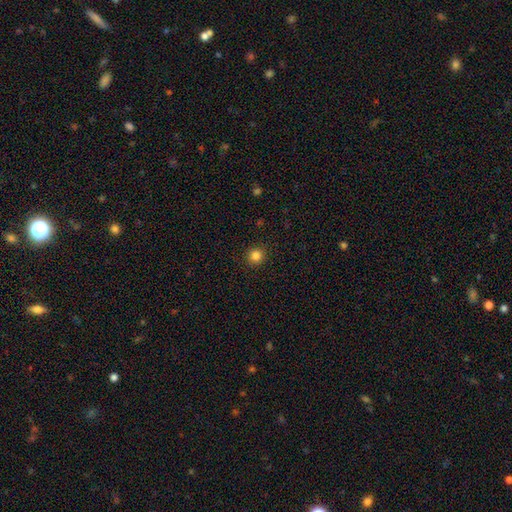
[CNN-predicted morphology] A smooth galaxy with no disk features (84%) that is round (94%). Merging: none (92%).